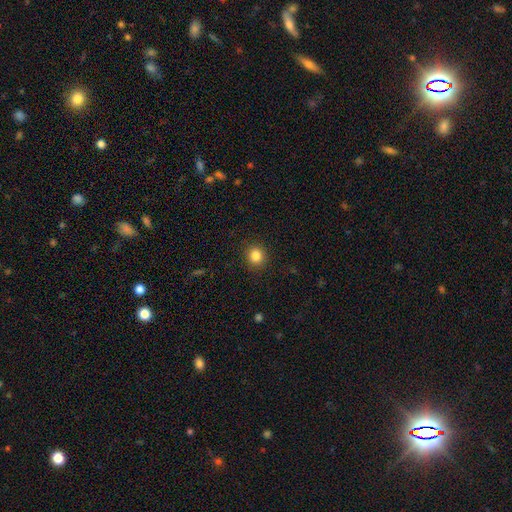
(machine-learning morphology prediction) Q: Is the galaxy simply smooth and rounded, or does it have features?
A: smooth — 85%.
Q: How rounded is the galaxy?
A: round — 89%.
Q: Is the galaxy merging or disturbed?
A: none — 91%.